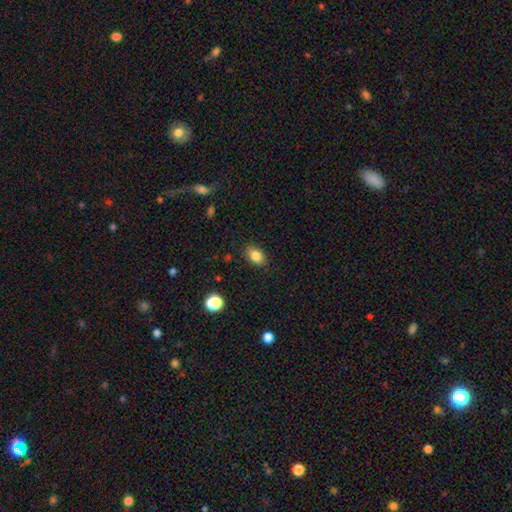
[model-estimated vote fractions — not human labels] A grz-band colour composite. It shows a smooth galaxy with no disk features (84%) that is in between round and cigar-shaped (82%). Merging: none (86%).